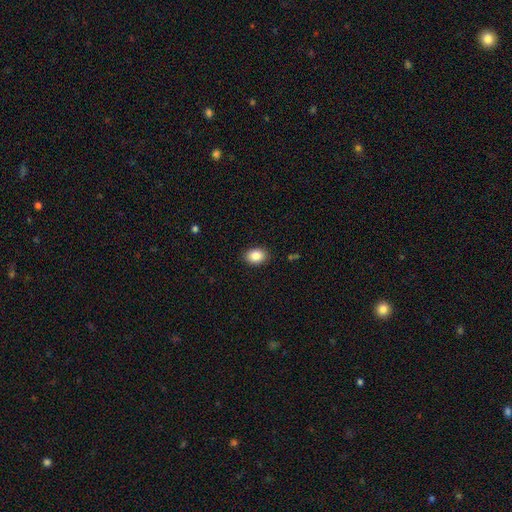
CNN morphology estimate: This appears to be a smooth galaxy with no disk features (88%) that is in between round and cigar-shaped (73%). Merging: none (89%).